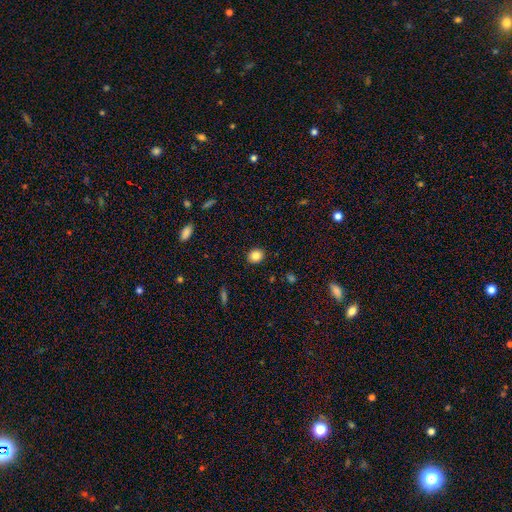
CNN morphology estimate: A smooth galaxy with no disk features (84%) that is round (75%). Merging: none (91%).